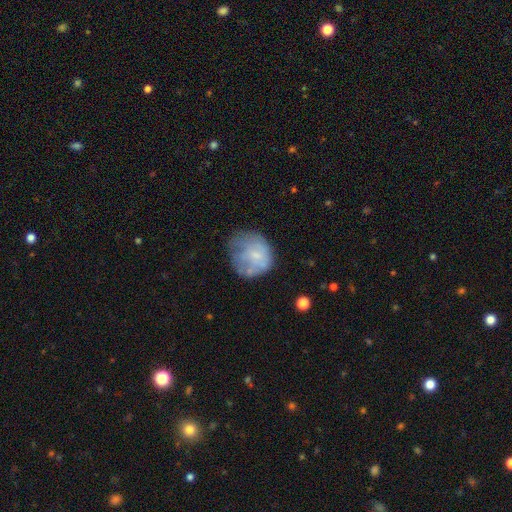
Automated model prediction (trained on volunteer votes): smooth 59%, featured or disk 33%, star or artifact 9%. Down the decision tree: how rounded — round (76%); merging — none (43%).